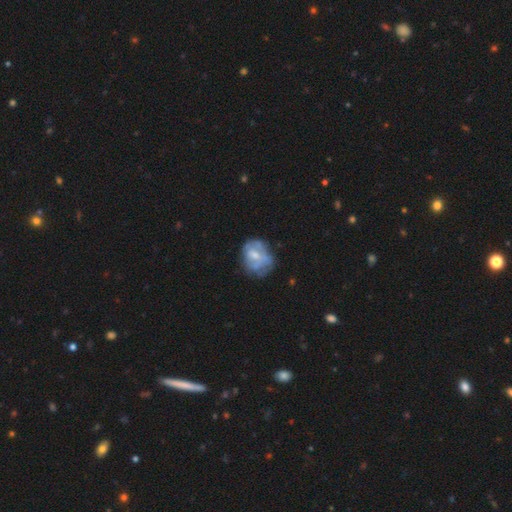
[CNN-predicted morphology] A featured or disk galaxy (49%). Merging: none (48%).